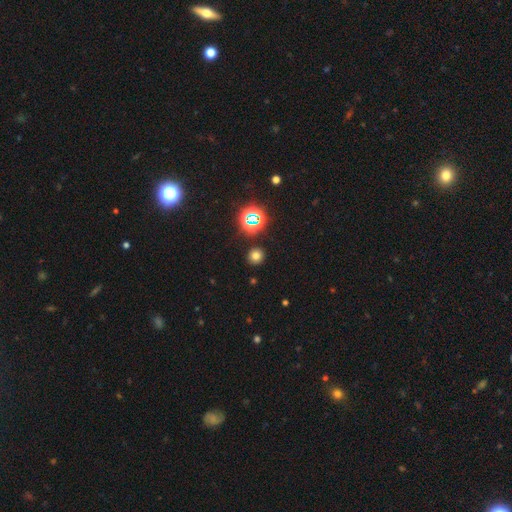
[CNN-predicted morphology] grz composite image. It shows a smooth galaxy with no disk features (70%) that is round (92%). Merging: none (90%).